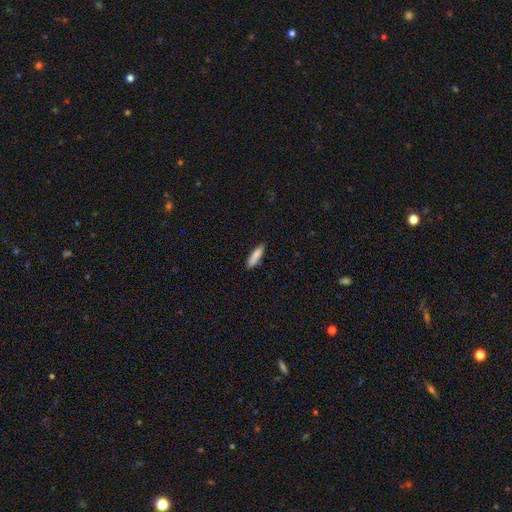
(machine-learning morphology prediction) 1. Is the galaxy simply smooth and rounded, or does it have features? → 84% smooth, 9% featured or disk, 6% star or artifact.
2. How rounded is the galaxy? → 70% cigar-shaped, 28% in between, 2% round.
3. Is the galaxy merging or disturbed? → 80% none, 15% minor disturbance, 3% major disturbance, 2% merger.